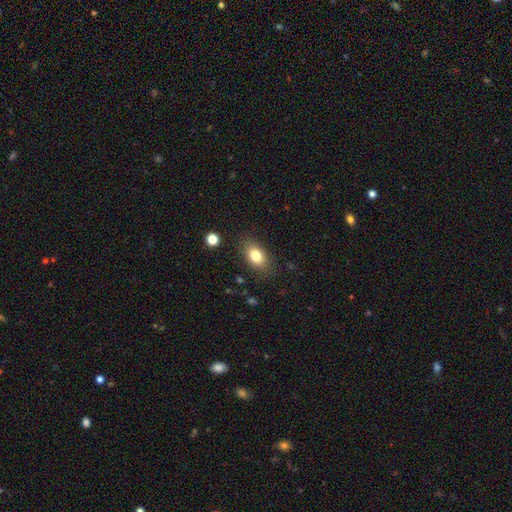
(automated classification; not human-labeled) The model was most divided on "how rounded": in between: 84%, round: 13%, cigar-shaped: 2%. More confident: merging — none (84%); smooth or featured — smooth (81%).